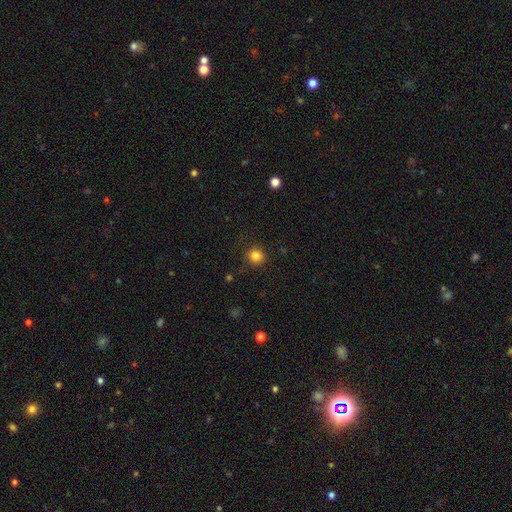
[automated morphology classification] smooth 83%, star or artifact 12%, featured or disk 4%. Down the decision tree: how rounded — round (93%); merging — none (88%).